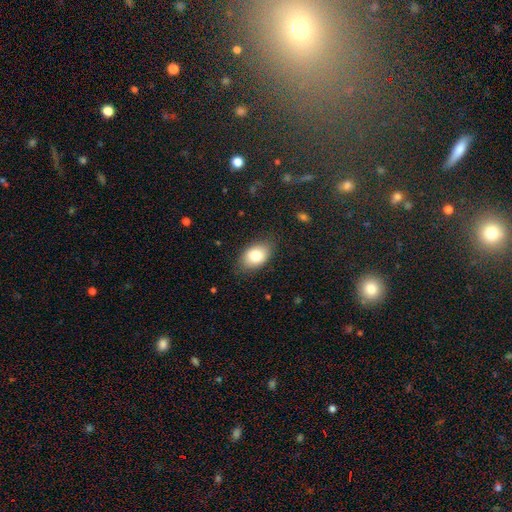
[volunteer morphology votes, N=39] Smooth or featured: smooth — 85% (featured or disk — 13%)
How rounded: in between — 100%
Merging: none — 87% (major disturbance — 8%)